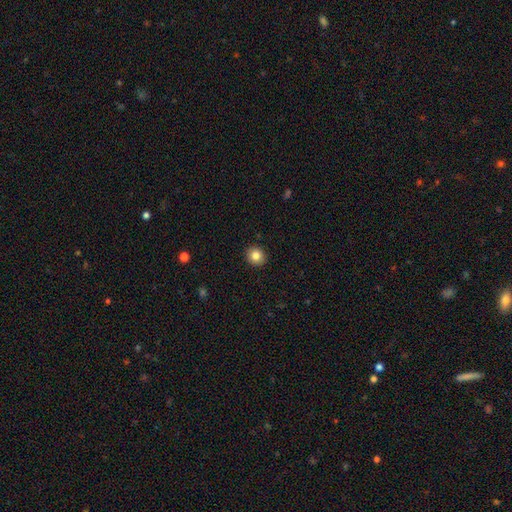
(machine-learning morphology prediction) Smooth or featured?
  - smooth: 83% *
  - star or artifact: 10%
  - featured or disk: 7%
How rounded?
  - round: 86% *
  - in between: 13%
  - cigar-shaped: 1%
Merging?
  - none: 92% *
  - minor disturbance: 5%
  - major disturbance: 2%
  - merger: 1%